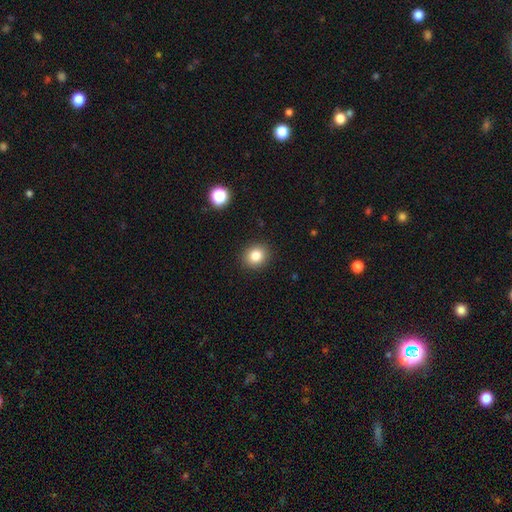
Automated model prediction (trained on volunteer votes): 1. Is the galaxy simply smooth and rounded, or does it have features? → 83% smooth, 11% star or artifact, 6% featured or disk.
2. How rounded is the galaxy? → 75% round, 24% in between, 1% cigar-shaped.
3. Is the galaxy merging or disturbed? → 90% none, 7% minor disturbance, 2% major disturbance, 1% merger.